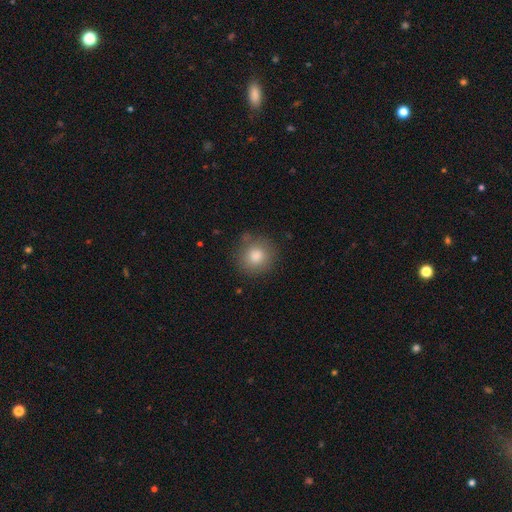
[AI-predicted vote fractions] Smooth or featured? Predicted: smooth (p=0.83). How rounded? Predicted: round (p=0.90). Merging? Predicted: none (p=0.82).